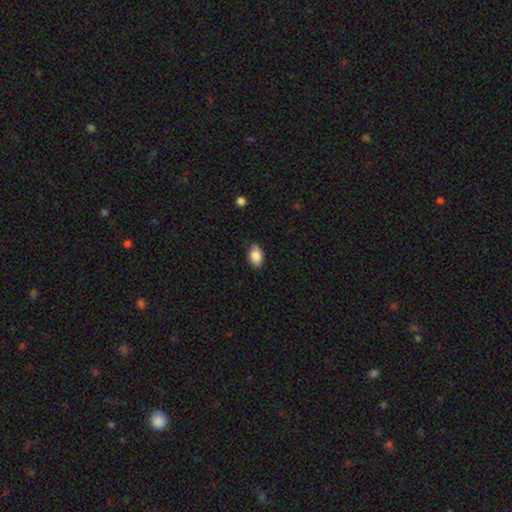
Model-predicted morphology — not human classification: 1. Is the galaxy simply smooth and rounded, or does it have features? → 87% smooth, 7% star or artifact, 6% featured or disk.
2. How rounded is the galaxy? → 91% in between, 8% round, 1% cigar-shaped.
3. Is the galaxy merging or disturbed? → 88% none, 9% minor disturbance, 2% major disturbance, 1% merger.